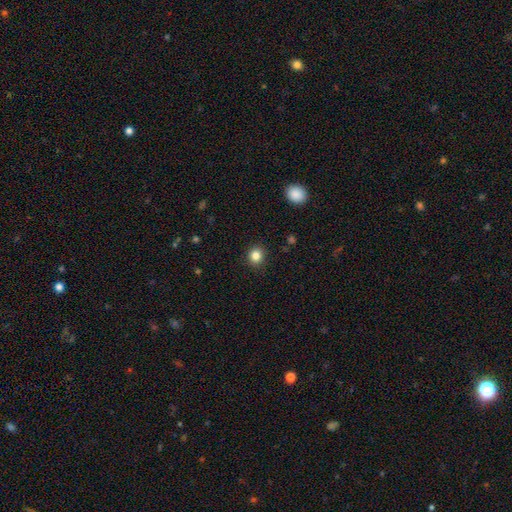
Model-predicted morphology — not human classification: A smooth galaxy with no disk features (83%) that is round (86%). Merging: none (91%).